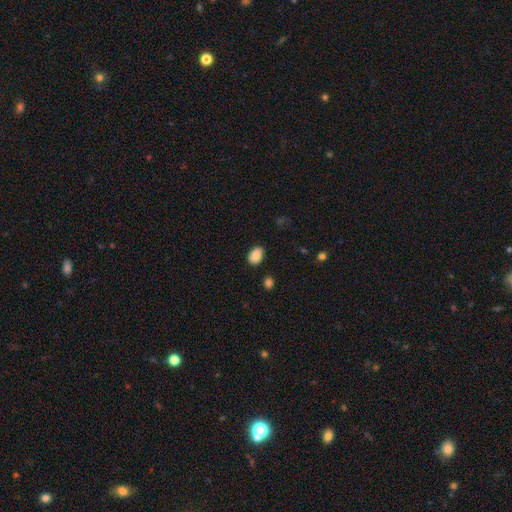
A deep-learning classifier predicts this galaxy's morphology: smooth 85%, star or artifact 8%, featured or disk 7%. Down the decision tree: how rounded — in between (80%); merging — none (83%).